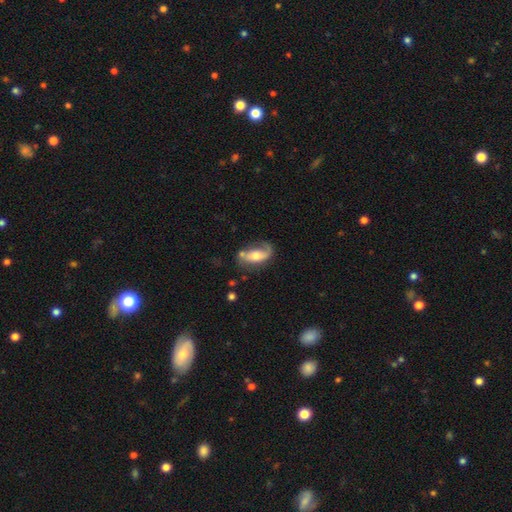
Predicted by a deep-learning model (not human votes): Overall: featured or disk (59%; smooth 34%). Edge-on disk: no (90%). Bar: no (52%; weak 29%). Spiral arms: yes (79%). Bulge size: moderate (61%; small 22%). Merging: none (47%; minor disturbance 24%).